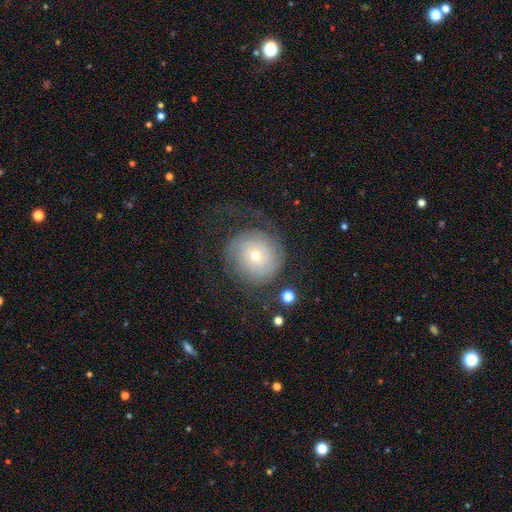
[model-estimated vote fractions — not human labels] smooth-or-featured: featured or disk: 66% | smooth: 25% | star or artifact: 8%
  disk-edge-on: no: 97% | yes: 3%
    bar: no: 77% | weak: 19% | strong: 4%
    has-spiral-arms: yes: 88% | no: 12%
      spiral-winding: tight: 57% | medium: 26% | loose: 17%
      spiral-arm-count: 2: 50% | can't tell: 26% | 1: 10% | 3: 7% | 4: 3% | more than 4: 3%
    bulge-size: small: 62% | moderate: 33% | large: 2% | dominant: 1% | none: 1%
  merging: none: 59% | major disturbance: 24% | minor disturbance: 15% | merger: 2%